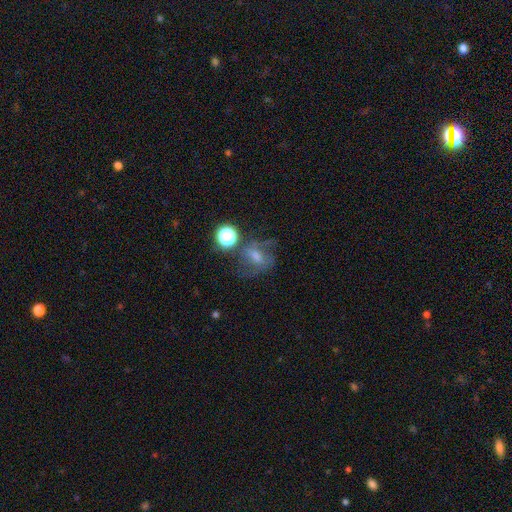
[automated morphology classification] smooth-or-featured: featured or disk: 47% | smooth: 29% | star or artifact: 24%
  merging: none: 54% | minor disturbance: 18% | major disturbance: 17% | merger: 10%